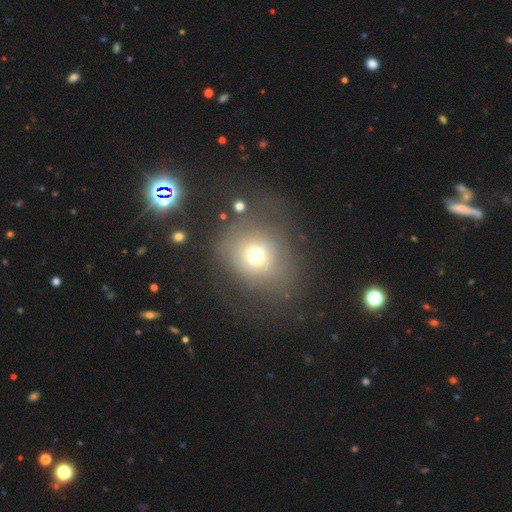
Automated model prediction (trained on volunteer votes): Smooth or featured? smooth (65%)
How rounded? round (74%)
Merging? none (55%)